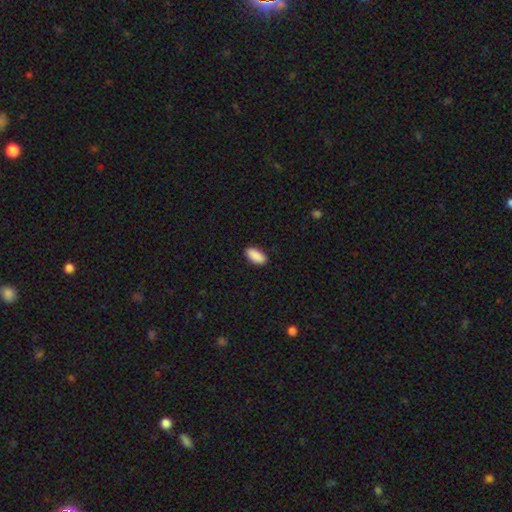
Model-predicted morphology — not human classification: This appears to be a smooth galaxy with no disk features (91%) that is in between round and cigar-shaped (91%). Merging: none (89%).